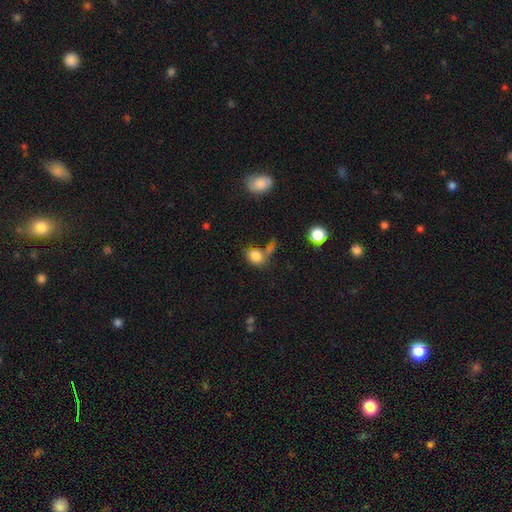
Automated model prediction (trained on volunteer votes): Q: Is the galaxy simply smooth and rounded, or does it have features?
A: smooth — 82%.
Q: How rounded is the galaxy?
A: in between — 75%.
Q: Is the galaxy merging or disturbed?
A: none — 48%.